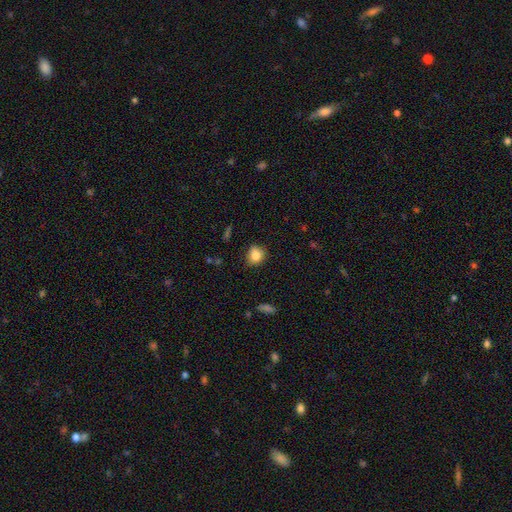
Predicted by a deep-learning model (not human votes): Q: Smooth or featured?
A: smooth (83%); runner-up: star or artifact (10%)
Q: How rounded?
A: round (66%); runner-up: in between (33%)
Q: Merging?
A: none (77%); runner-up: minor disturbance (18%)